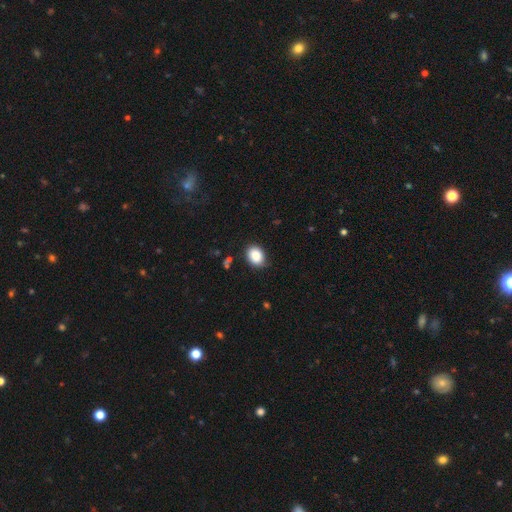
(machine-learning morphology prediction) Smooth or featured: smooth — 88% (star or artifact — 8%)
How rounded: in between — 63% (round — 36%)
Merging: none — 79% (minor disturbance — 16%)